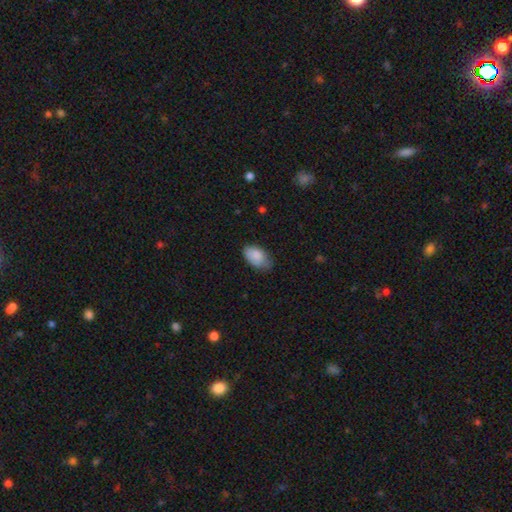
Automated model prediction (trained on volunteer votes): The model was most divided on "merging": none: 64%, minor disturbance: 29%, major disturbance: 5%, merger: 1%. More confident: how rounded — in between (94%); smooth or featured — smooth (87%).